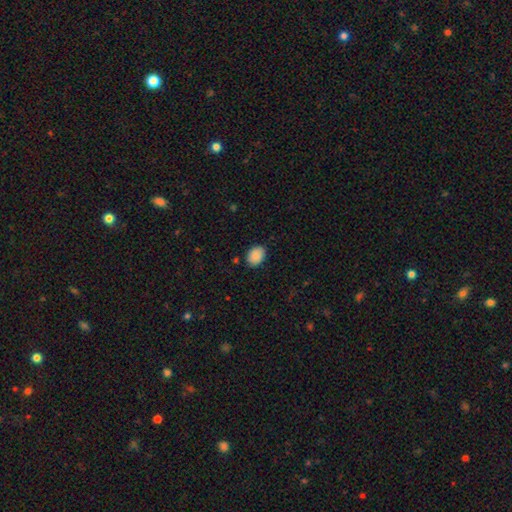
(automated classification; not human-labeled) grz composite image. It shows a smooth galaxy with no disk features (88%) that is in between round and cigar-shaped (73%). Merging: none (85%).